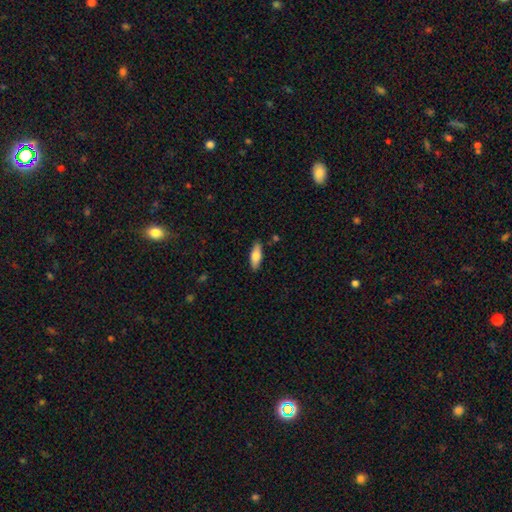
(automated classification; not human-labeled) The model was most divided on "how rounded": in between: 67%, cigar-shaped: 31%, round: 2%. More confident: merging — none (84%); smooth or featured — smooth (74%).